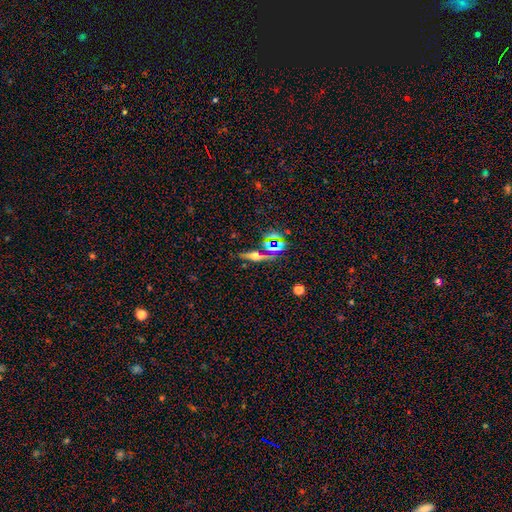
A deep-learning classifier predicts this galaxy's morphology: smooth-or-featured: featured or disk: 54% | smooth: 25% | star or artifact: 21%
  disk-edge-on: yes: 92% | no: 8%
  merging: none: 80% | minor disturbance: 10% | merger: 7% | major disturbance: 4%